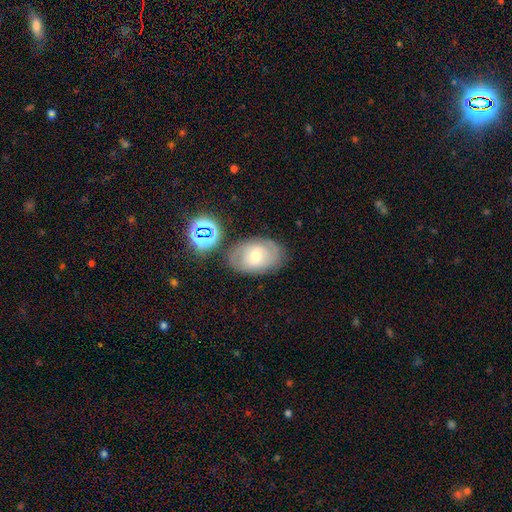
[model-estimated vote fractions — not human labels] smooth_or_featured: featured or disk (p=0.59) [alt: smooth p=0.28]
disk_edge_on: no (p=0.94) [alt: yes p=0.06]
bar: no (p=0.51) [alt: weak p=0.39]
has_spiral_arms: yes (p=0.78) [alt: no p=0.22]
bulge_size: moderate (p=0.59) [alt: small p=0.35]
merging: none (p=0.75) [alt: minor disturbance p=0.16]